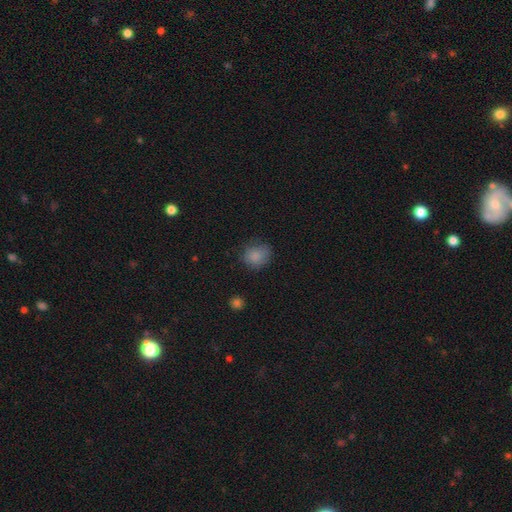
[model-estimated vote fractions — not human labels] This is clearly a smooth galaxy (85%). How rounded: likely round (65%). Merging: likely none (73%).